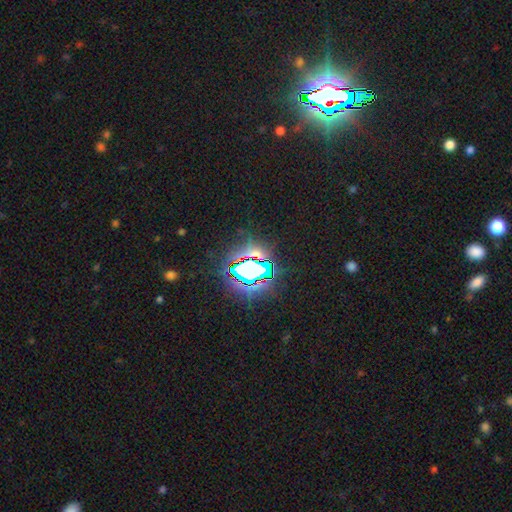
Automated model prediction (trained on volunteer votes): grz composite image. It shows a star or artifact, not a galaxy (74%).